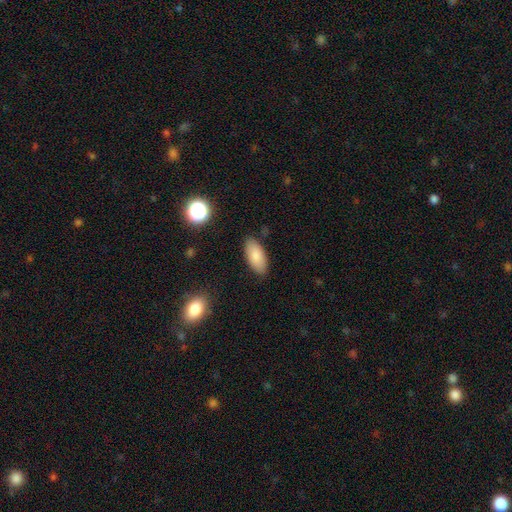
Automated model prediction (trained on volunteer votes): Q: Smooth or featured?
A: smooth (84%); runner-up: featured or disk (9%)
Q: How rounded?
A: in between (89%); runner-up: cigar-shaped (9%)
Q: Merging?
A: none (85%); runner-up: minor disturbance (11%)